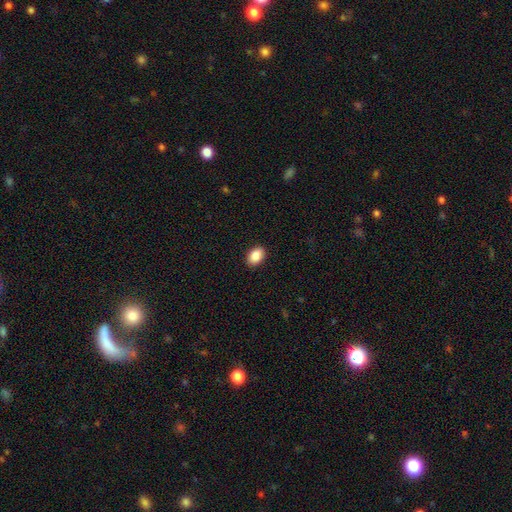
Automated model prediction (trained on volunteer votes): This appears to be a smooth galaxy with no disk features (88%) that is in between round and cigar-shaped (85%). Merging: none (90%).